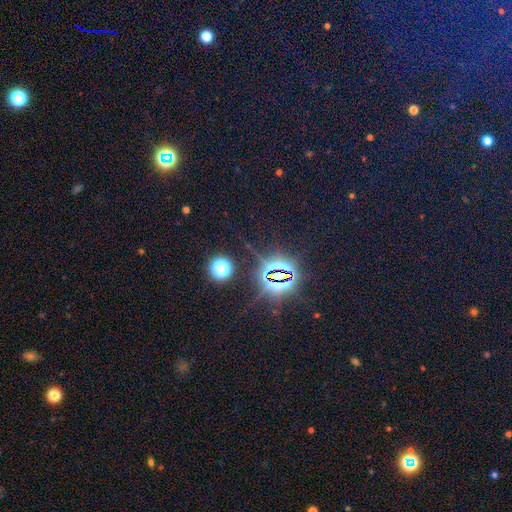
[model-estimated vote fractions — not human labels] Q: Smooth or featured?
A: star or artifact (78%); runner-up: smooth (15%)